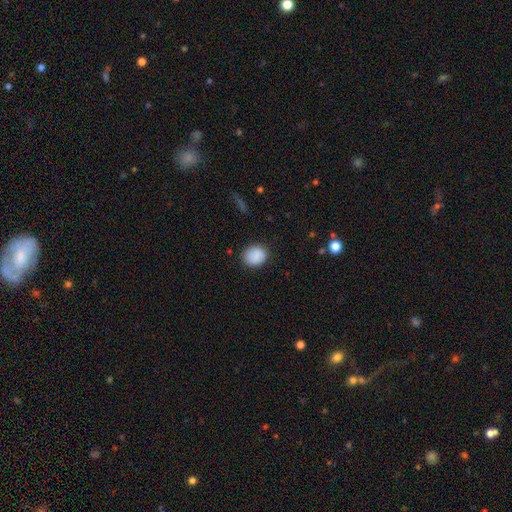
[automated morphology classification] This appears to be a smooth galaxy with no disk features (88%) that is round (67%). Merging: none (84%).